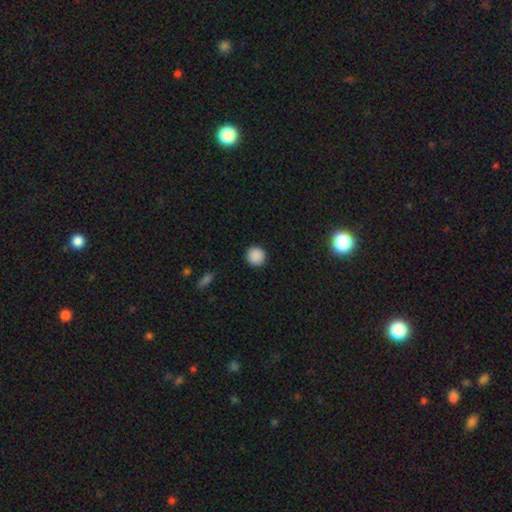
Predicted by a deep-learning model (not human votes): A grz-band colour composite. It shows a smooth galaxy with no disk features (89%) that is round (94%). Merging: none (92%).